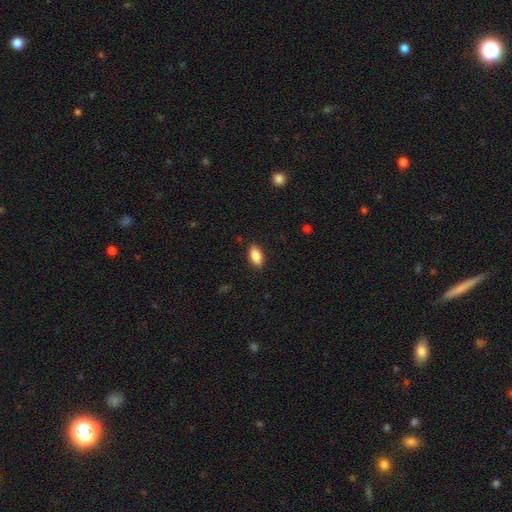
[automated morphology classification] smooth 85%, featured or disk 8%, star or artifact 7%. Down the decision tree: how rounded — in between (89%); merging — none (88%).